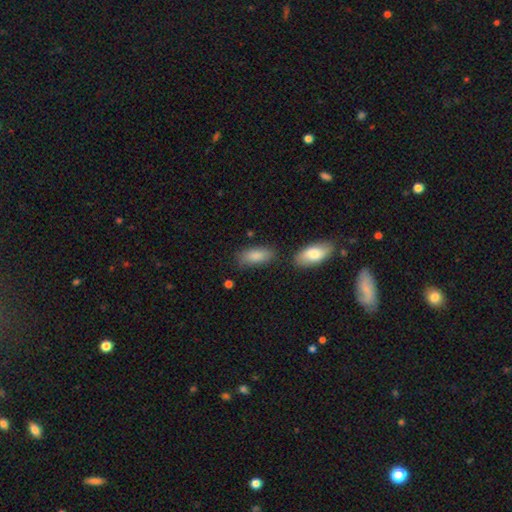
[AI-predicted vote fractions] Smooth or featured: smooth — 86% (featured or disk — 8%)
How rounded: in between — 85% (cigar-shaped — 13%)
Merging: none — 71% (minor disturbance — 16%)